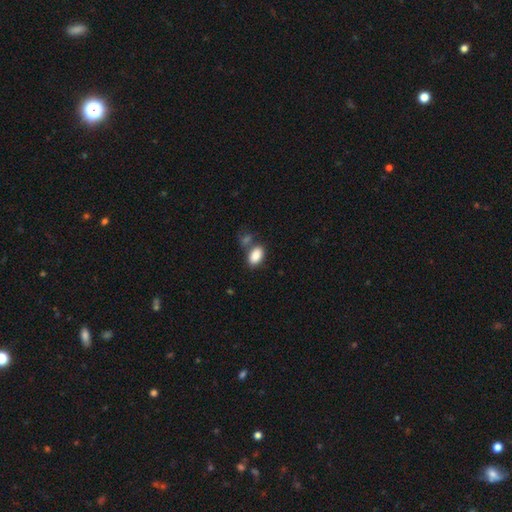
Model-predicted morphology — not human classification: Overall: smooth (86%). How rounded: in between (91%). Merging: none (59%; merger 23%).